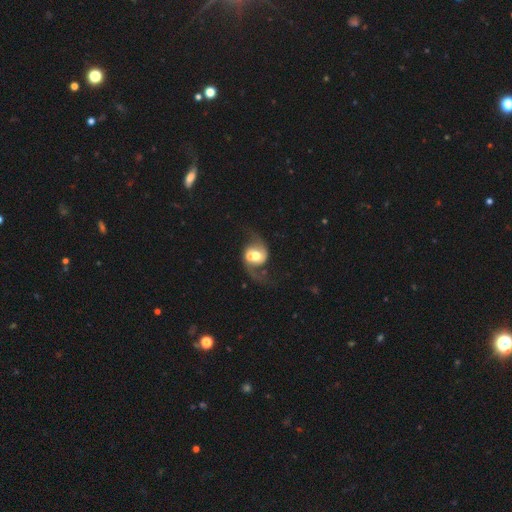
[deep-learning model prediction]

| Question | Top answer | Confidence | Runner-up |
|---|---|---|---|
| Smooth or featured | featured or disk | 73% | smooth (21%) |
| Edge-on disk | no | 97% | yes (3%) |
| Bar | no | 52% | weak (34%) |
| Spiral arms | yes | 88% | no (12%) |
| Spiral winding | loose | 67% | medium (27%) |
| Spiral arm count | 2 | 86% | 1 (7%) |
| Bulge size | moderate | 55% | large (25%) |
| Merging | merger | 39% | none (35%) |